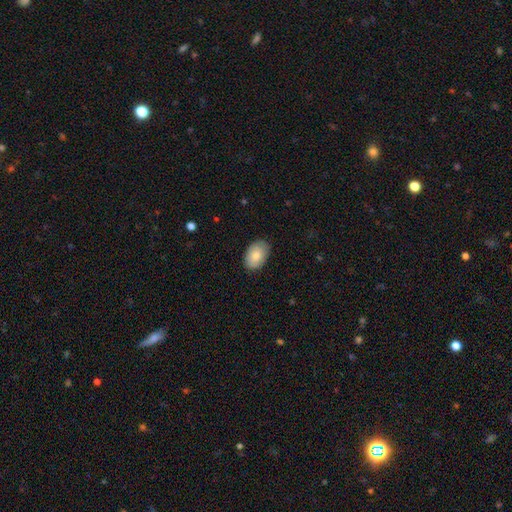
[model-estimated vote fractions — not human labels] This is clearly a smooth galaxy (83%). How rounded: clearly in between (90%). Merging: clearly none (86%).